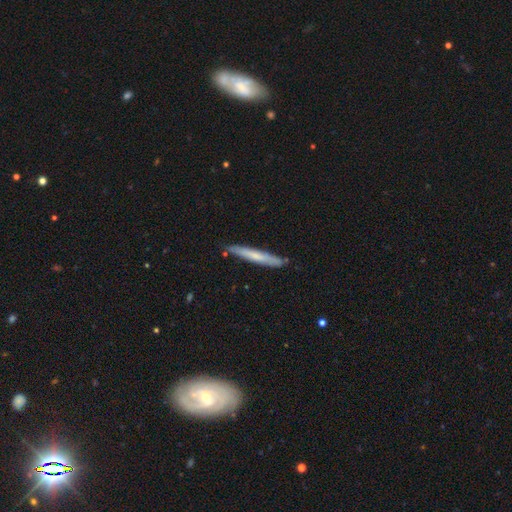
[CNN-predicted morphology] smooth 57%, featured or disk 37%, star or artifact 6%. Down the decision tree: how rounded — cigar-shaped (96%); merging — none (85%).